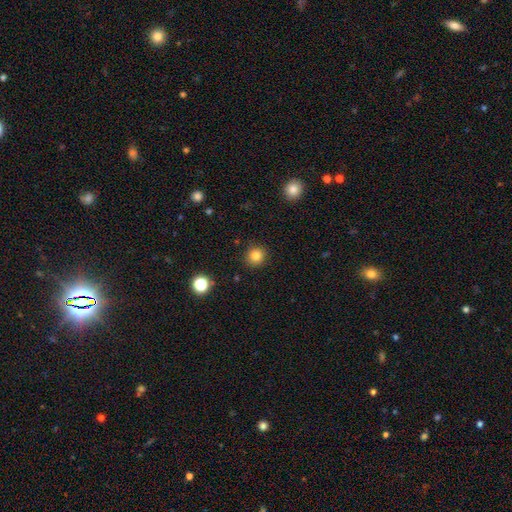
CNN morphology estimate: The model was most divided on "smooth or featured": smooth: 83%, star or artifact: 12%, featured or disk: 5%. More confident: merging — none (89%); how rounded — round (89%).